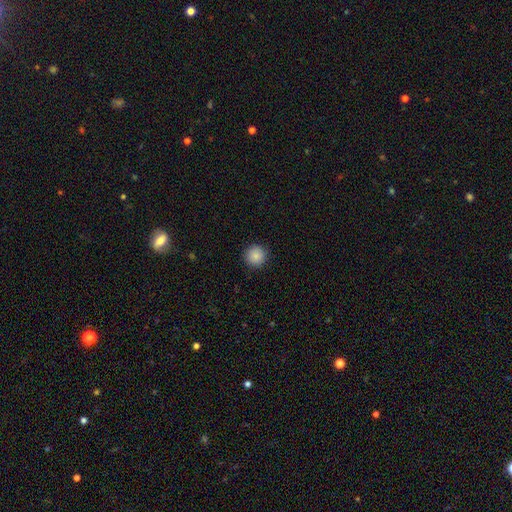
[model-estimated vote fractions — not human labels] Q: Smooth or featured?
A: smooth (87%); runner-up: star or artifact (9%)
Q: How rounded?
A: round (95%); runner-up: in between (4%)
Q: Merging?
A: none (92%); runner-up: minor disturbance (6%)